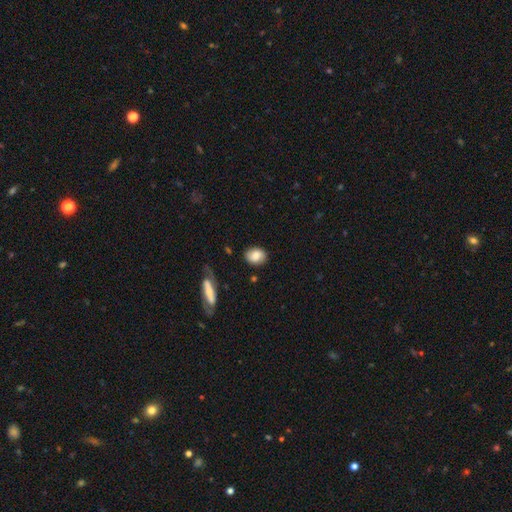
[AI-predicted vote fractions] This is likely a smooth galaxy (77%). How rounded: possibly in between (56%). Merging: clearly none (82%).